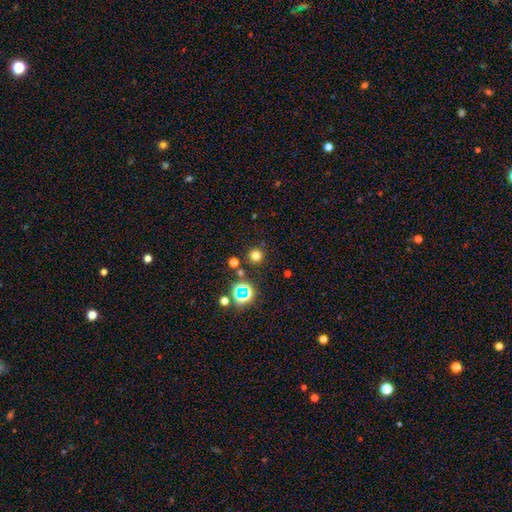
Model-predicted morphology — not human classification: Q: Smooth or featured?
A: smooth (72%); runner-up: star or artifact (22%)
Q: How rounded?
A: round (95%); runner-up: in between (4%)
Q: Merging?
A: none (88%); runner-up: minor disturbance (6%)